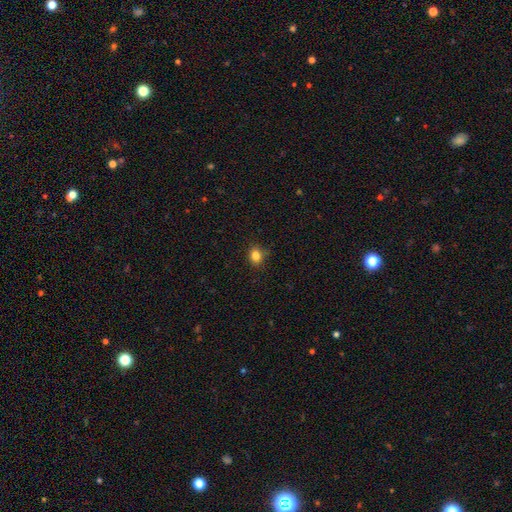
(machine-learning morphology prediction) Smooth or featured? smooth (83%)
How rounded? round (58%)
Merging? none (82%)